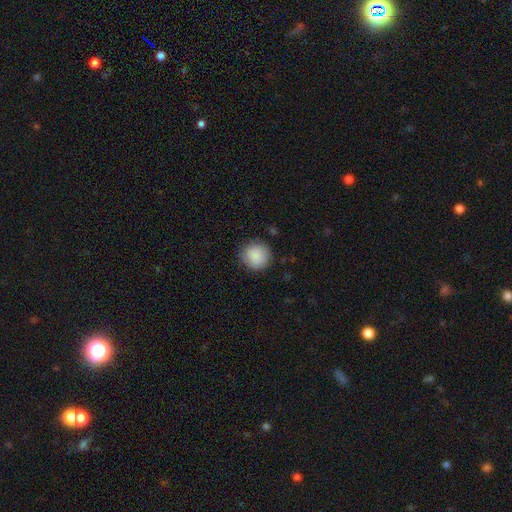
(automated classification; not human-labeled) smooth-or-featured: smooth: 89% | star or artifact: 7% | featured or disk: 4%
  how-rounded: round: 93% | in between: 6% | cigar-shaped: 1%
  merging: none: 87% | minor disturbance: 9% | major disturbance: 3% | merger: 1%